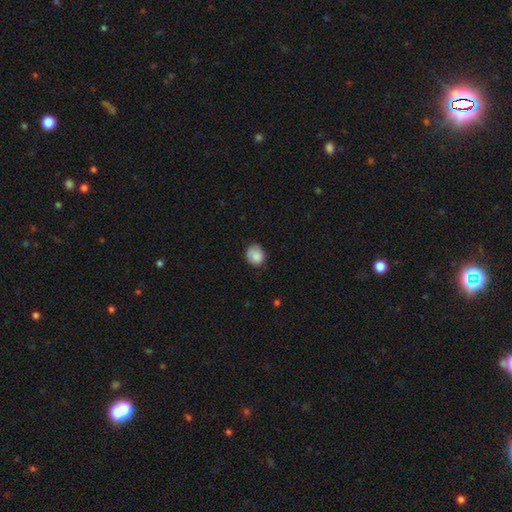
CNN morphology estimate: type=smooth (85%); roundness=round (76%); merging=none (73%).